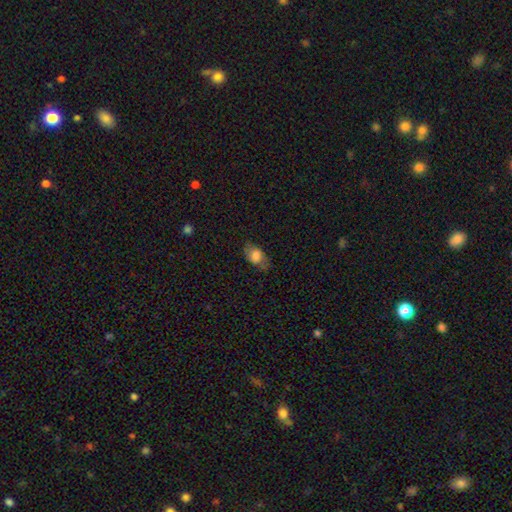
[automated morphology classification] smooth-or-featured: smooth: 71% | featured or disk: 20% | star or artifact: 8%
  how-rounded: in between: 86% | round: 11% | cigar-shaped: 3%
  merging: none: 67% | minor disturbance: 23% | major disturbance: 9% | merger: 1%